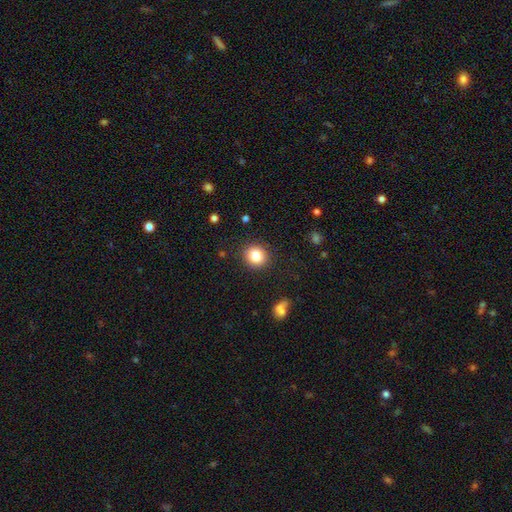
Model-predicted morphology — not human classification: Smooth or featured? smooth (83%)
How rounded? round (88%)
Merging? none (90%)